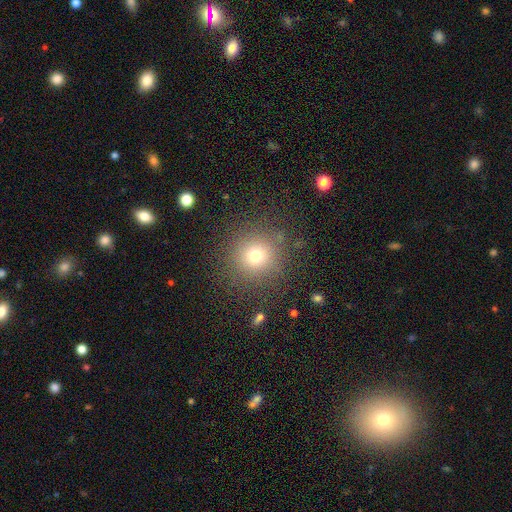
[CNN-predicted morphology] Overall: smooth (73%). How rounded: round (94%). Merging: none (85%).